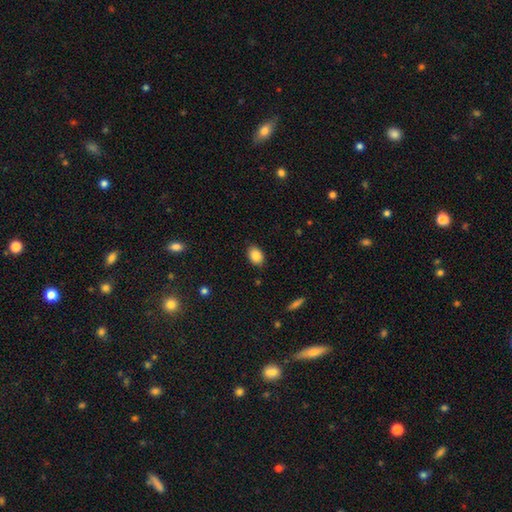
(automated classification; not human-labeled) Morphology: type=smooth (87%); roundness=in between (79%); merging=none (86%).